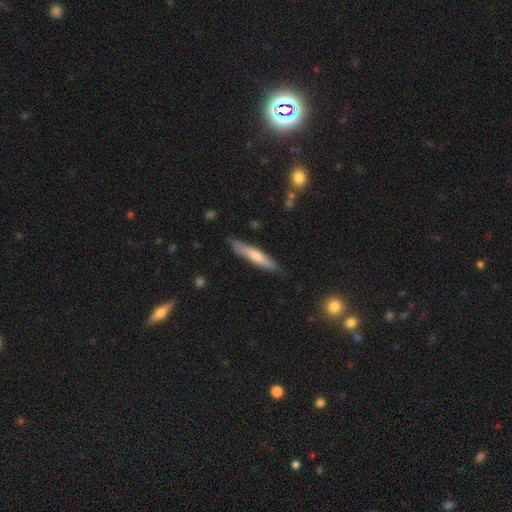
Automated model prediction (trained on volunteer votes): The model was most divided on "smooth or featured": smooth: 62%, featured or disk: 32%, star or artifact: 6%. More confident: how rounded — cigar-shaped (89%); merging — none (85%).